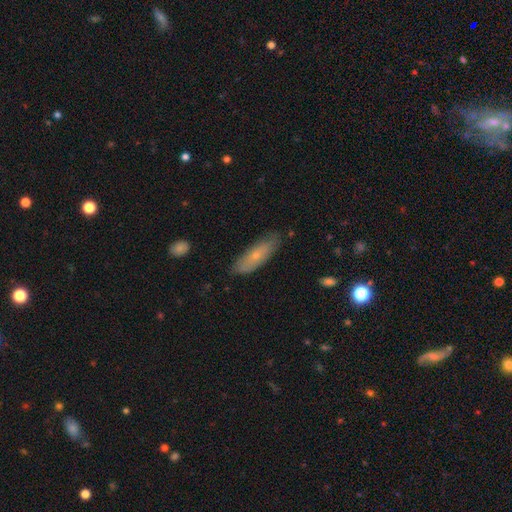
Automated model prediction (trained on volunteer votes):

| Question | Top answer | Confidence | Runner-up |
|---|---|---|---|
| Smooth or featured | smooth | 61% | featured or disk (32%) |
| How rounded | cigar-shaped | 52% | in between (46%) |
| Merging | none | 79% | minor disturbance (17%) |